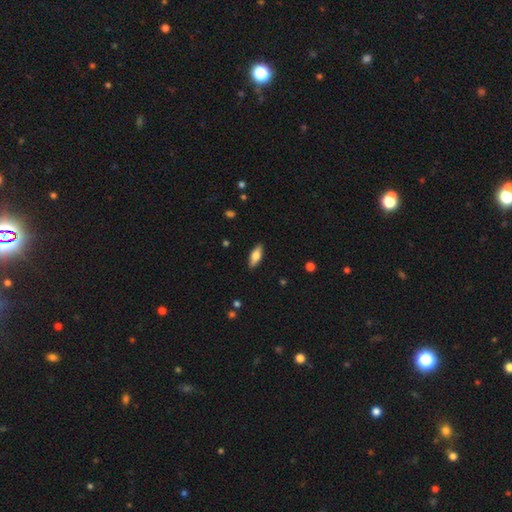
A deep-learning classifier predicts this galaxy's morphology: Q: Smooth or featured?
A: smooth (66%); runner-up: featured or disk (28%)
Q: How rounded?
A: in between (69%); runner-up: cigar-shaped (28%)
Q: Merging?
A: none (88%); runner-up: minor disturbance (9%)